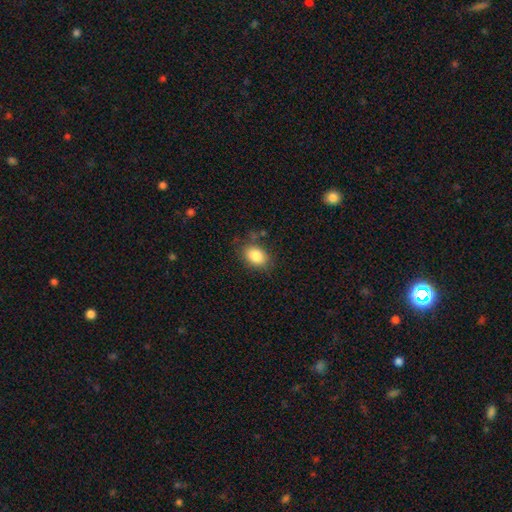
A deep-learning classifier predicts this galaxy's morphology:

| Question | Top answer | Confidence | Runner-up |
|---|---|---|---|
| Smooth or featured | smooth | 85% | star or artifact (8%) |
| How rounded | in between | 79% | round (20%) |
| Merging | none | 78% | minor disturbance (15%) |